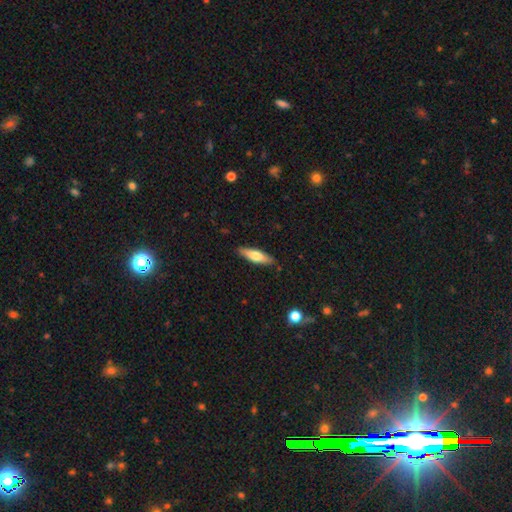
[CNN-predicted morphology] smooth_or_featured: smooth (p=0.61) [alt: featured or disk p=0.33]
how_rounded: cigar-shaped (p=0.64) [alt: in between p=0.34]
merging: none (p=0.88) [alt: minor disturbance p=0.09]